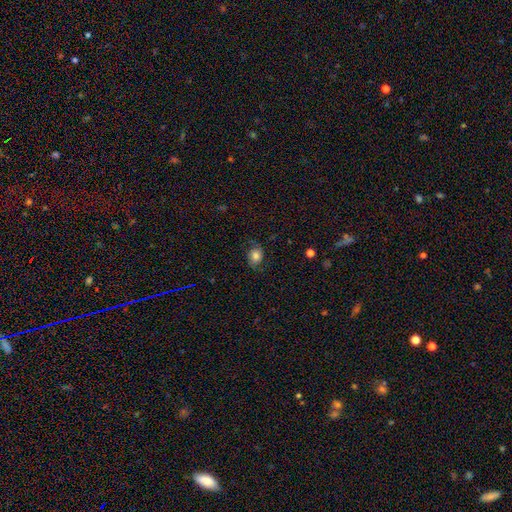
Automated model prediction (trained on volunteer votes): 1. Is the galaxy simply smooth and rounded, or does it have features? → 66% smooth, 24% featured or disk, 10% star or artifact.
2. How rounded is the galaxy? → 53% in between, 46% round, 1% cigar-shaped.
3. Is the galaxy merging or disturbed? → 66% none, 23% minor disturbance, 10% major disturbance, 1% merger.